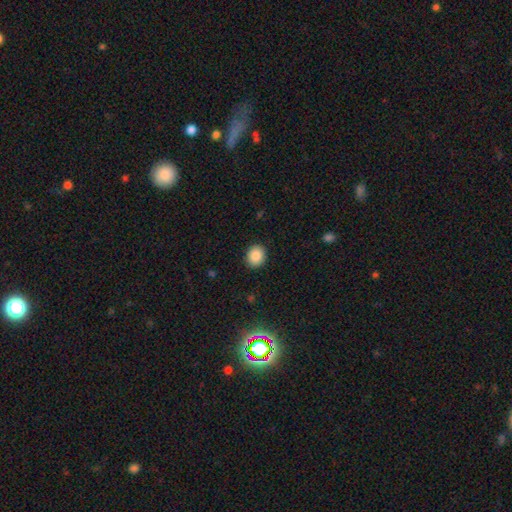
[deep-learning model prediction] Smooth or featured?
  - smooth: 87% *
  - star or artifact: 9%
  - featured or disk: 4%
How rounded?
  - round: 64% *
  - in between: 35%
  - cigar-shaped: 1%
Merging?
  - none: 90% *
  - minor disturbance: 7%
  - major disturbance: 2%
  - merger: 1%